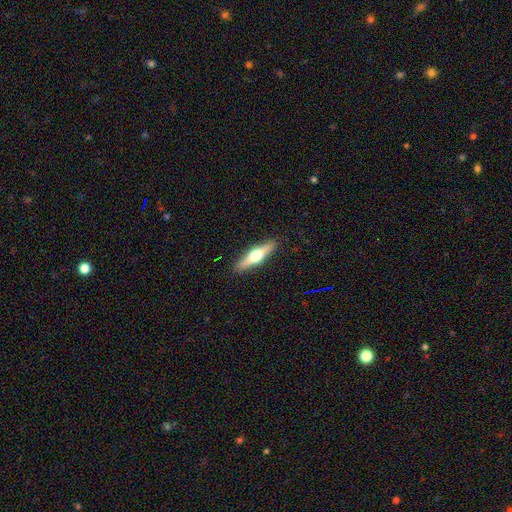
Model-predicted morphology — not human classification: Overall: featured or disk (57%; smooth 37%). Edge-on disk: yes (95%). Edge-on bulge: rounded (95%). Merging: none (90%).